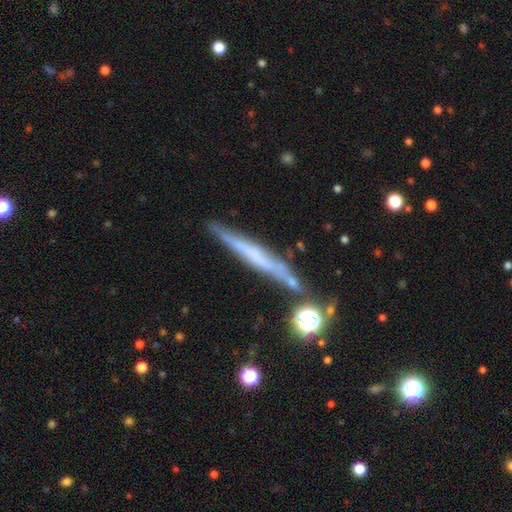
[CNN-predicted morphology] This appears to be a featured or disk galaxy (54%) viewed edge-on (92%) with no central bulge (75%). Merging: none (78%).